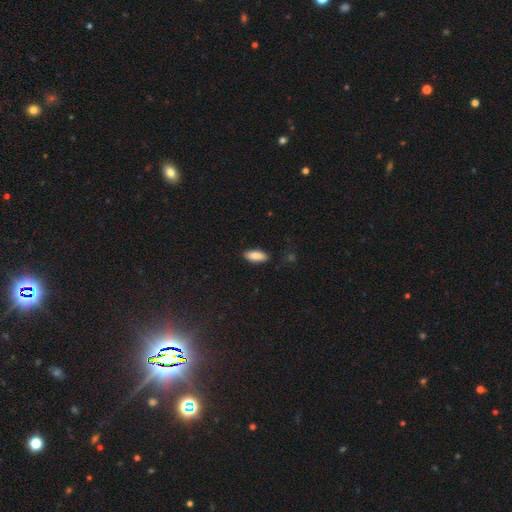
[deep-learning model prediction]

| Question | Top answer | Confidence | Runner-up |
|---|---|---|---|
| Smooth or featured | smooth | 86% | featured or disk (8%) |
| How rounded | in between | 82% | cigar-shaped (16%) |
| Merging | none | 86% | minor disturbance (10%) |